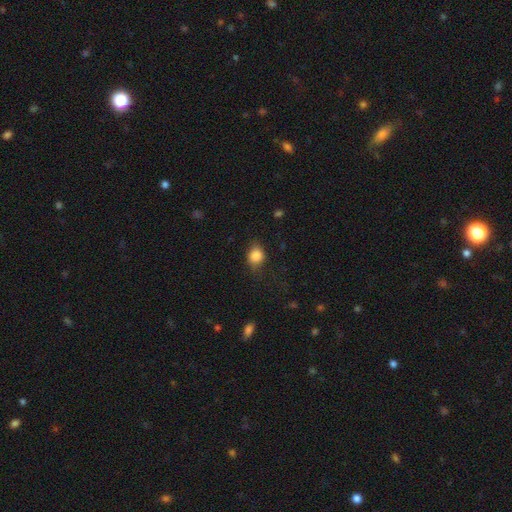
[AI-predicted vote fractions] Smooth or featured: smooth — 83% (star or artifact — 9%)
How rounded: round — 59% (in between — 40%)
Merging: none — 65% (minor disturbance — 25%)